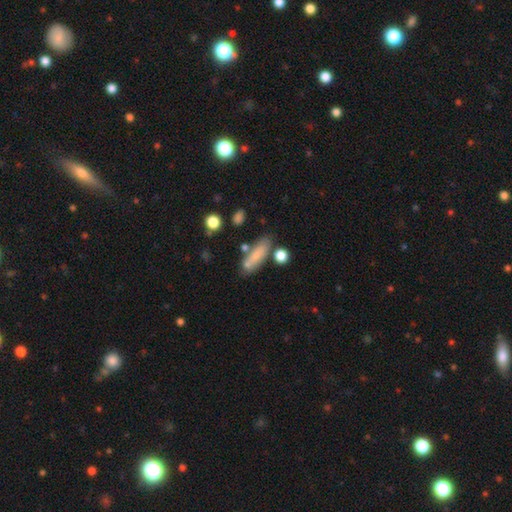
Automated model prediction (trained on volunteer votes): smooth 76%, featured or disk 15%, star or artifact 8%. Down the decision tree: how rounded — cigar-shaped (57%); merging — none (66%).